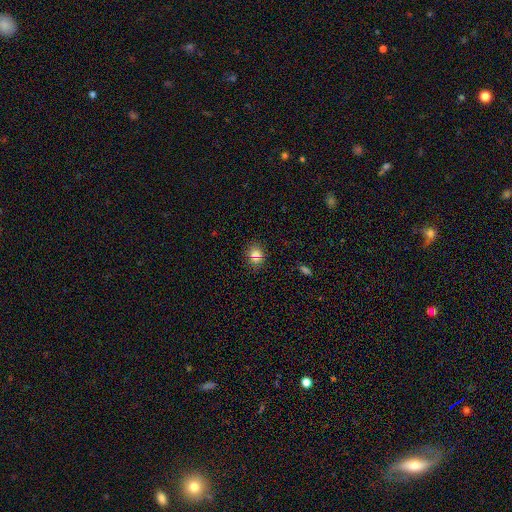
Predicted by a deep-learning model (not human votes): Overall: smooth (73%). How rounded: round (63%; in between 35%). Merging: none (84%).